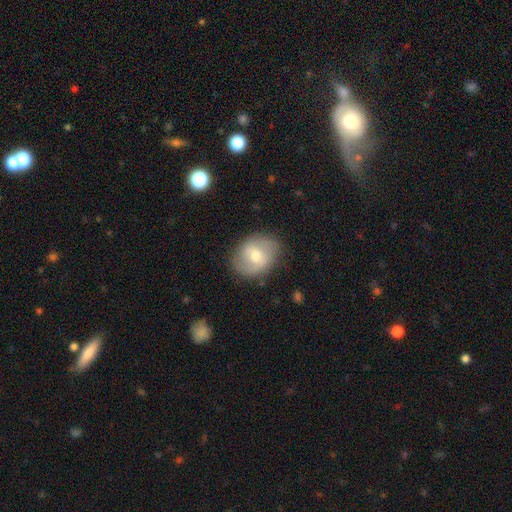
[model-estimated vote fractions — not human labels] Smooth or featured? smooth (53%)
How rounded? round (50%)
Merging? none (78%)